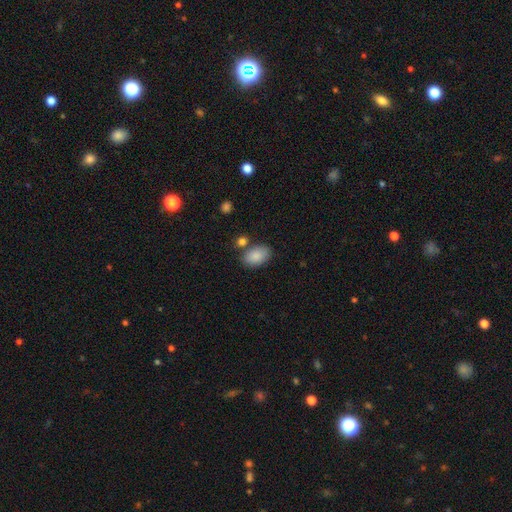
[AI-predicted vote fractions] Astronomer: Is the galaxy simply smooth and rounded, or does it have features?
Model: smooth — 87%.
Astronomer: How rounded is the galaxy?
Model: in between — 90%.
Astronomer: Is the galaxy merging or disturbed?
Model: none — 73%.